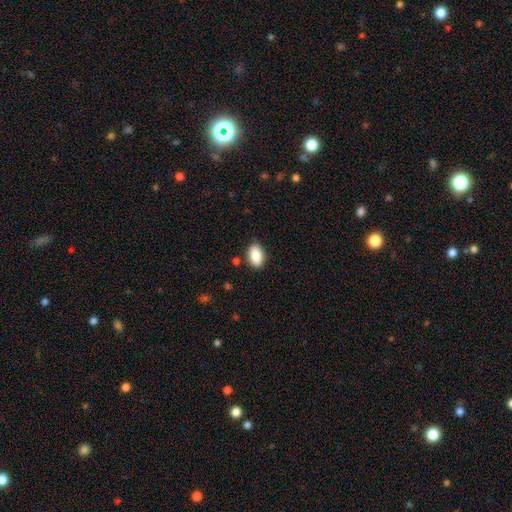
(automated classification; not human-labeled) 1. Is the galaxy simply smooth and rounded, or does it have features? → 86% smooth, 7% star or artifact, 7% featured or disk.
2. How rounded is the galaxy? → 91% in between, 8% round, 2% cigar-shaped.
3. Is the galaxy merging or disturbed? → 86% none, 10% minor disturbance, 2% major disturbance, 2% merger.